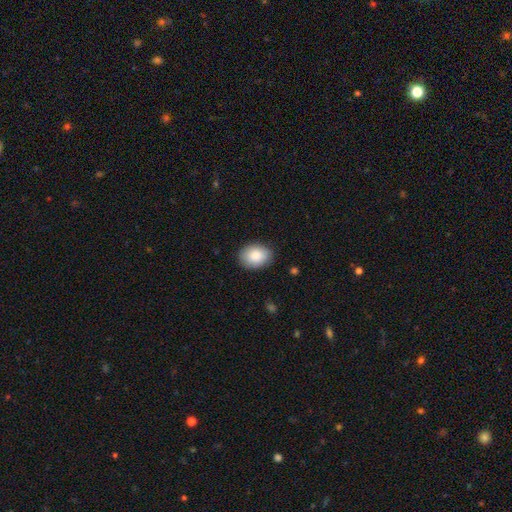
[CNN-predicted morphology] Smooth or featured? Predicted: smooth (p=0.88). How rounded? Predicted: in between (p=0.69). Merging? Predicted: none (p=0.86).